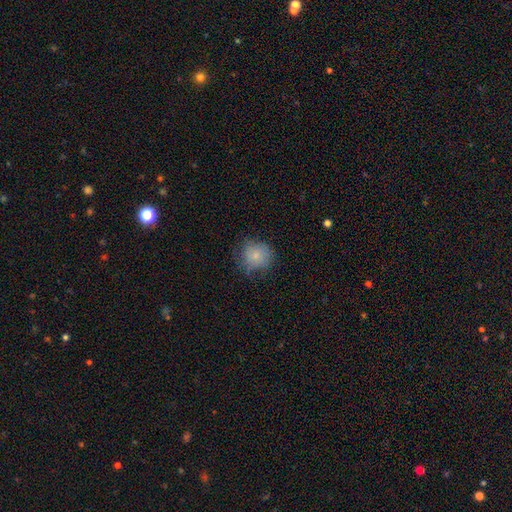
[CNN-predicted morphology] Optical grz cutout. It shows a smooth galaxy with no disk features (80%) that is round (89%). Merging: none (65%).